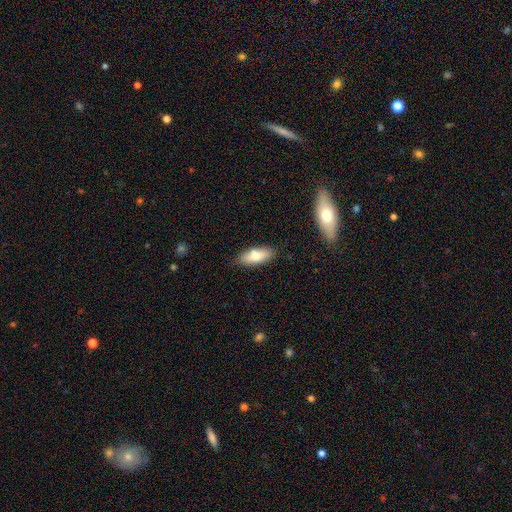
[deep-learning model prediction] smooth 76%, featured or disk 18%, star or artifact 7%. Down the decision tree: how rounded — in between (77%); merging — none (81%).